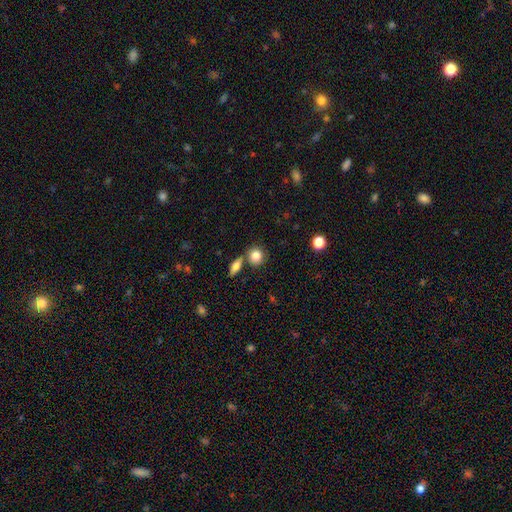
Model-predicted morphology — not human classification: Smooth or featured: smooth — 83% (featured or disk — 9%)
How rounded: round — 79% (in between — 19%)
Merging: none — 66% (merger — 21%)